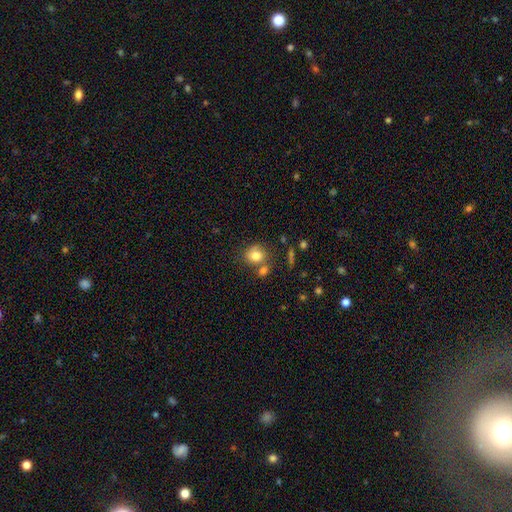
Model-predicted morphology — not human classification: This appears to be a smooth galaxy with no disk features (79%) that is round (72%). Merging: none (57%).